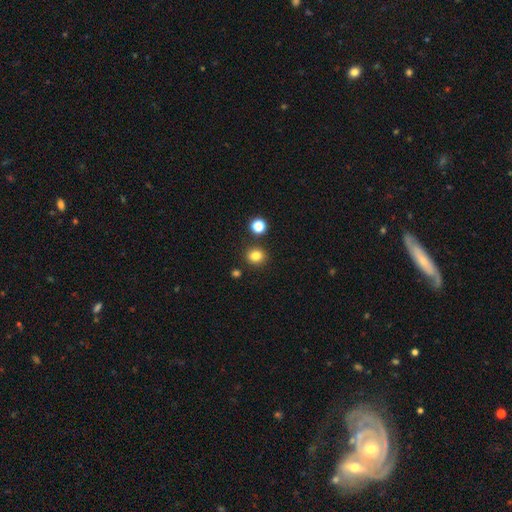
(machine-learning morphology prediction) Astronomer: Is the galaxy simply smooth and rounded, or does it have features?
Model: smooth — 82%.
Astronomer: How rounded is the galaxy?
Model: round — 82%.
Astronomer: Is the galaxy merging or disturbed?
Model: none — 86%.